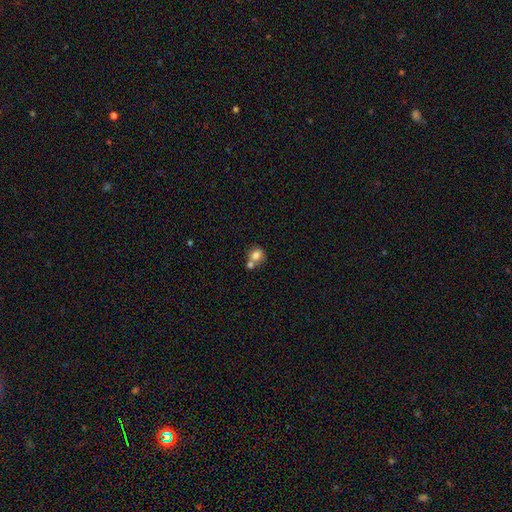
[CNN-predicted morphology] Smooth or featured: smooth — 79% (featured or disk — 12%)
How rounded: round — 71% (in between — 28%)
Merging: merger — 46% (none — 41%)